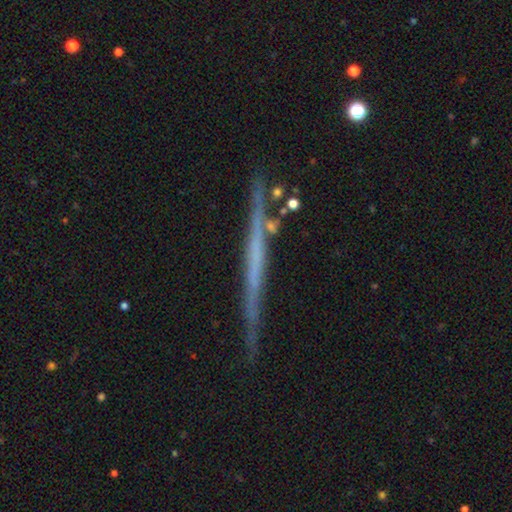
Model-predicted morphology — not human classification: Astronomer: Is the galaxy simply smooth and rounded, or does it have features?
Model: featured or disk — 62%.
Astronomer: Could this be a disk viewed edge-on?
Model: yes — 96%.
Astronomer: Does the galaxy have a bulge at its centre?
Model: none — 91%.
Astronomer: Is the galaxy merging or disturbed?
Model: none — 84%.